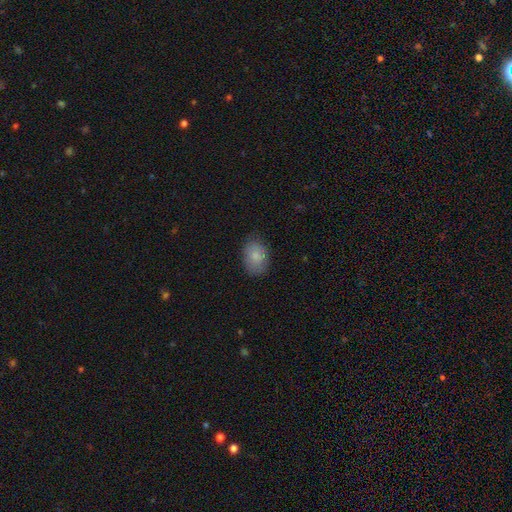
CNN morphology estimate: This is clearly a smooth galaxy (83%). How rounded: likely in between (75%). Merging: likely none (76%).